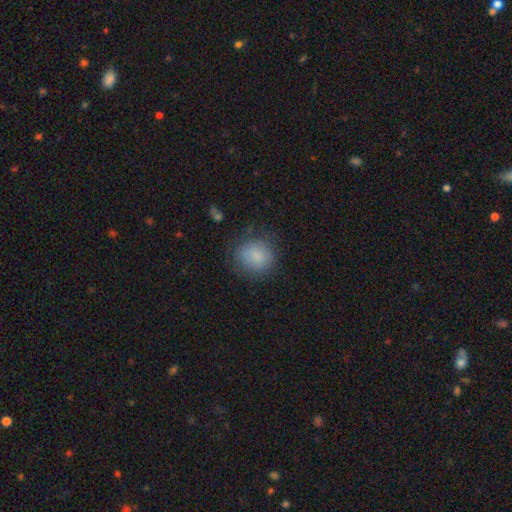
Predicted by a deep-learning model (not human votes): The model was most divided on "how rounded": round: 78%, in between: 21%, cigar-shaped: 1%. More confident: smooth or featured — smooth (84%); merging — none (74%).